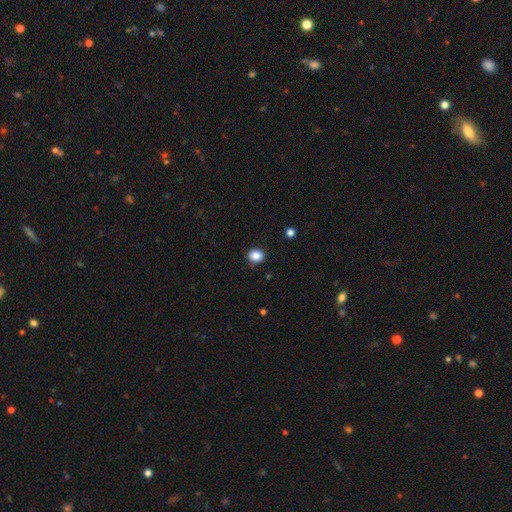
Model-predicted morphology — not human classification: Smooth or featured? smooth (86%)
How rounded? round (77%)
Merging? none (89%)